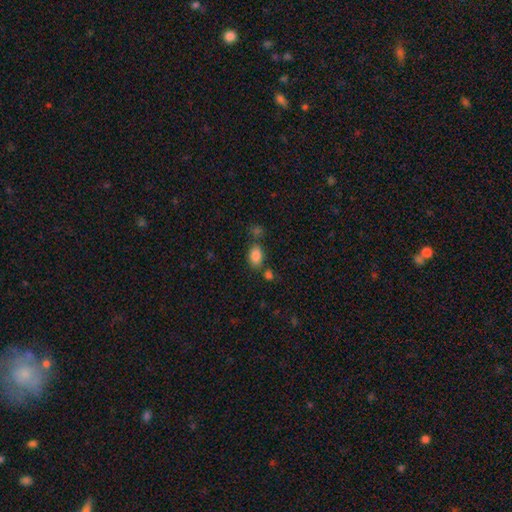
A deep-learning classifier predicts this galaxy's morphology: Smooth or featured: smooth — 85% (star or artifact — 9%)
How rounded: in between — 86% (round — 13%)
Merging: none — 65% (merger — 16%)